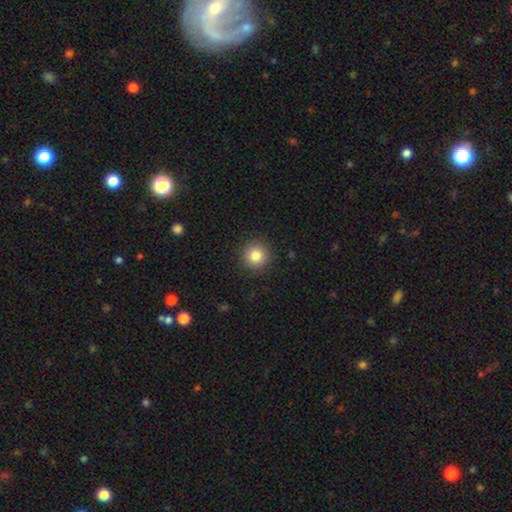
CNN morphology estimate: type=smooth (83%); roundness=round (95%); merging=none (91%).